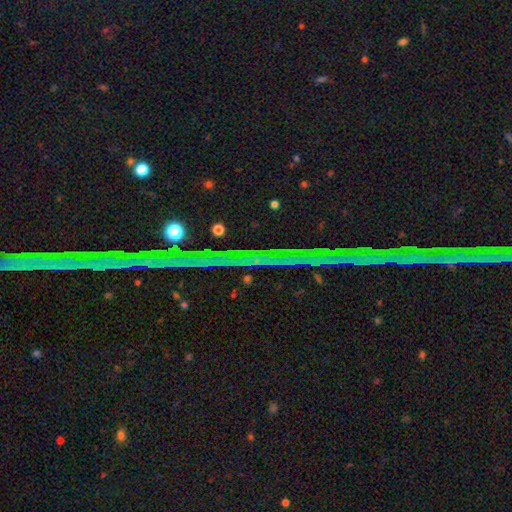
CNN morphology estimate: This appears to be a star or artifact, not a galaxy (86%).